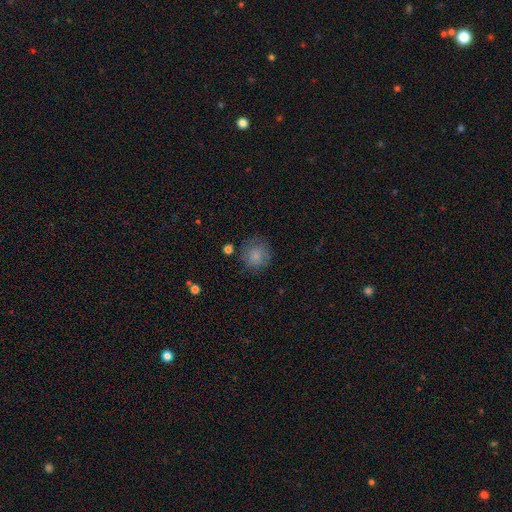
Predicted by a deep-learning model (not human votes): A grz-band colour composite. It shows a smooth galaxy with no disk features (79%) that is round (91%). Merging: none (74%).